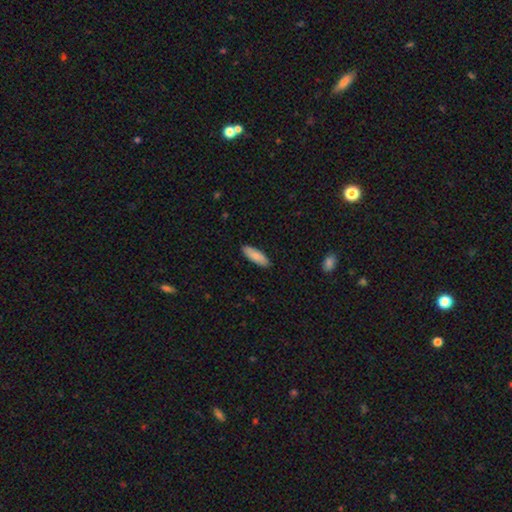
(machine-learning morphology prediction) smooth 86%, featured or disk 9%, star or artifact 6%. Down the decision tree: how rounded — in between (58%); merging — none (89%).